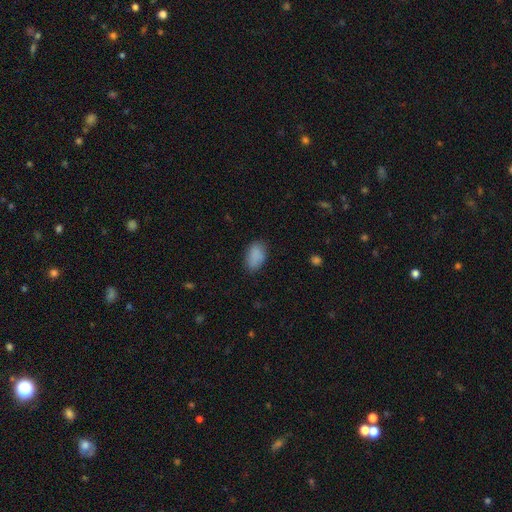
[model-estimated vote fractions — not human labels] Smooth or featured?
  - smooth: 87% *
  - star or artifact: 8%
  - featured or disk: 5%
How rounded?
  - in between: 91% *
  - round: 8%
  - cigar-shaped: 2%
Merging?
  - none: 78% *
  - minor disturbance: 17%
  - major disturbance: 4%
  - merger: 1%